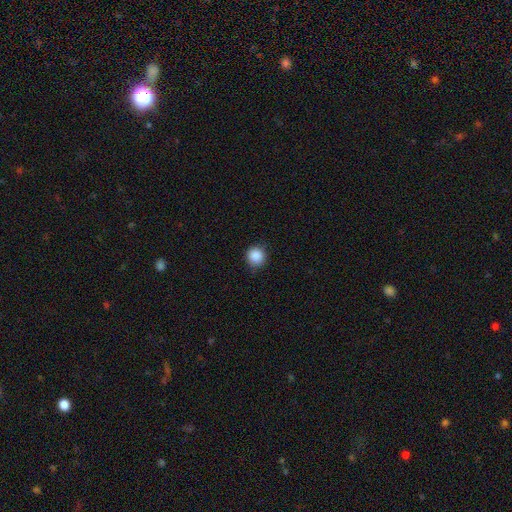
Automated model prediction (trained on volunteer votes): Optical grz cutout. It shows a smooth galaxy with no disk features (88%) that is round (92%). Merging: none (84%).